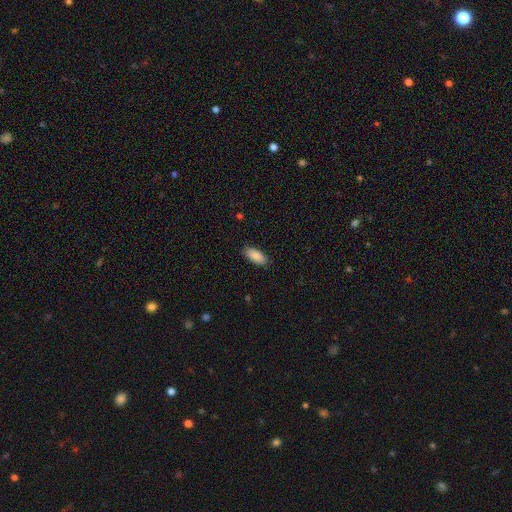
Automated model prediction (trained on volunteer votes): Overall: smooth (89%). How rounded: in between (88%). Merging: none (88%).